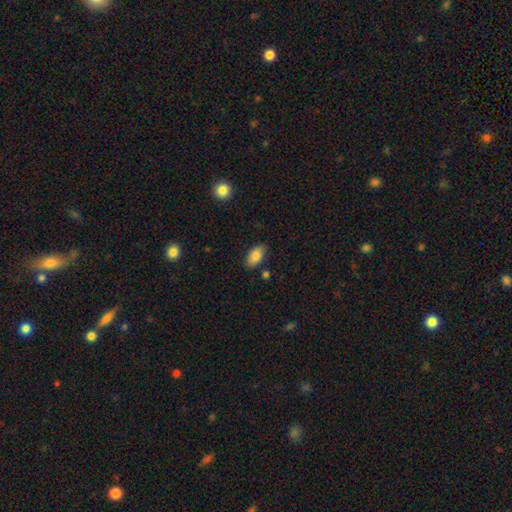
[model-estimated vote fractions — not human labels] Smooth or featured?
  - smooth: 84% *
  - featured or disk: 8%
  - star or artifact: 7%
How rounded?
  - in between: 93% *
  - cigar-shaped: 4%
  - round: 3%
Merging?
  - none: 84% *
  - minor disturbance: 11%
  - major disturbance: 2%
  - merger: 2%